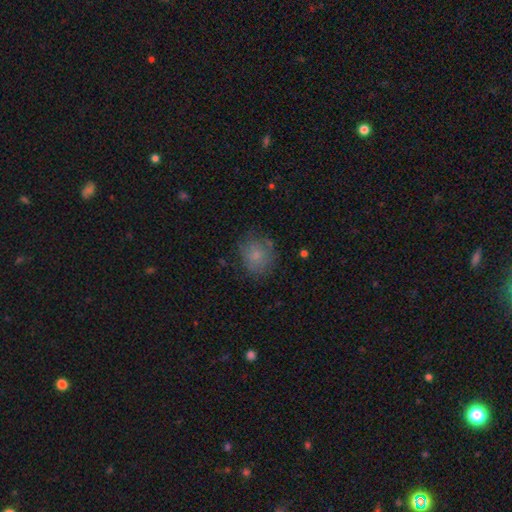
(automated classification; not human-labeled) A smooth galaxy with no disk features (77%) that is round (74%). Merging: none (70%).